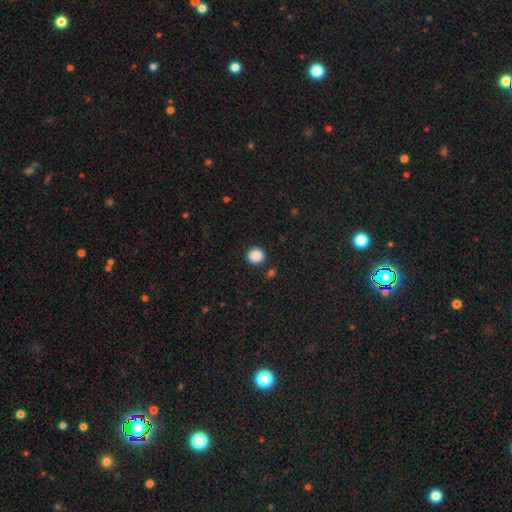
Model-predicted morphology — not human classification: Smooth or featured: smooth — 88% (star or artifact — 10%)
How rounded: round — 87% (in between — 12%)
Merging: none — 89% (minor disturbance — 6%)